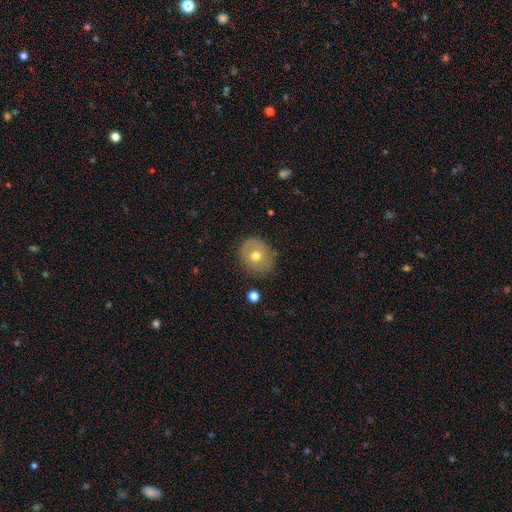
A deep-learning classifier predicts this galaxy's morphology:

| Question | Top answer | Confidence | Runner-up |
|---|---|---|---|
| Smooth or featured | smooth | 67% | featured or disk (23%) |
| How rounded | round | 76% | in between (24%) |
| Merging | none | 83% | minor disturbance (12%) |